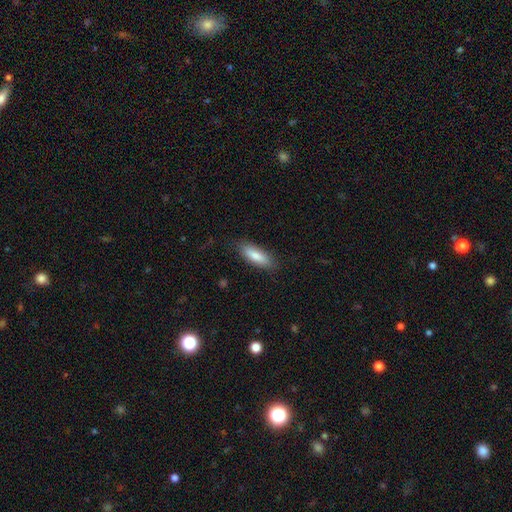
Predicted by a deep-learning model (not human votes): Morphology: type=smooth (82%); roundness=in between (60%); merging=none (84%).